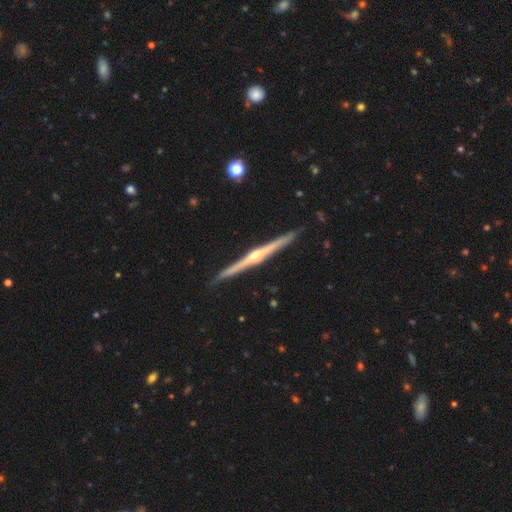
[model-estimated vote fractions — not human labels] This is clearly a featured or disk galaxy (85%). It is clearly viewed edge-on (99%). Edge-on bulge: clearly rounded (86%). Merging: clearly none (91%).